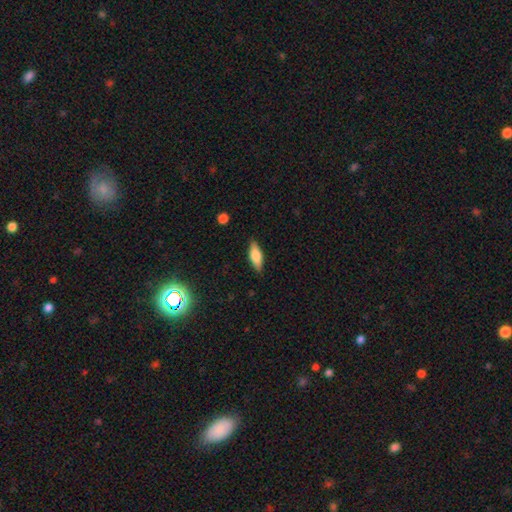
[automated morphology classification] This is likely a smooth galaxy (69%). How rounded: likely in between (65%). Merging: clearly none (85%).